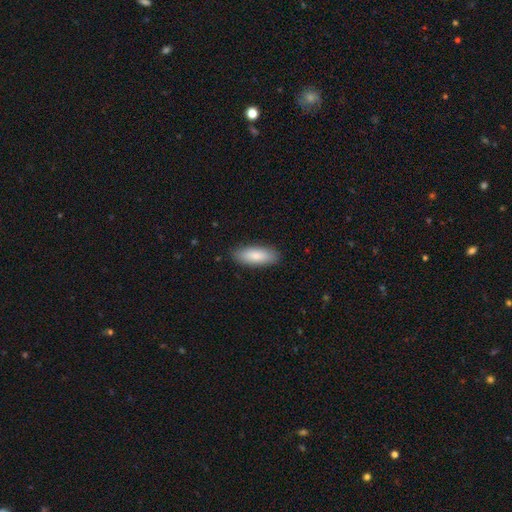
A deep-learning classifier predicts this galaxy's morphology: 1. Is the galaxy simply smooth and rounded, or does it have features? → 84% smooth, 10% featured or disk, 6% star or artifact.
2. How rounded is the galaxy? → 74% in between, 24% cigar-shaped, 2% round.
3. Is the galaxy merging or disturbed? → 88% none, 9% minor disturbance, 2% major disturbance, 1% merger.